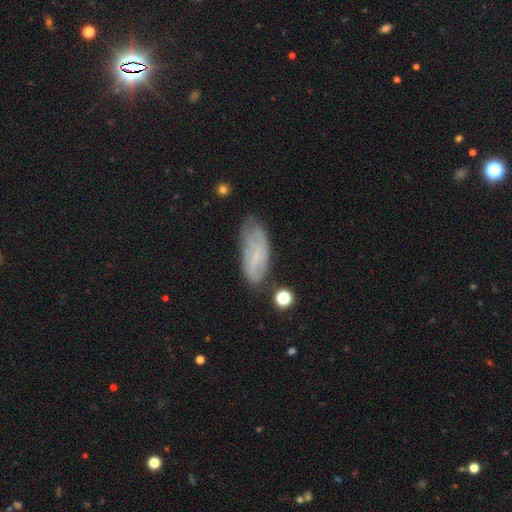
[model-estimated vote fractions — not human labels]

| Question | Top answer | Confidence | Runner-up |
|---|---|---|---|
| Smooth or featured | smooth | 46% | featured or disk (43%) |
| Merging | none | 58% | minor disturbance (28%) |